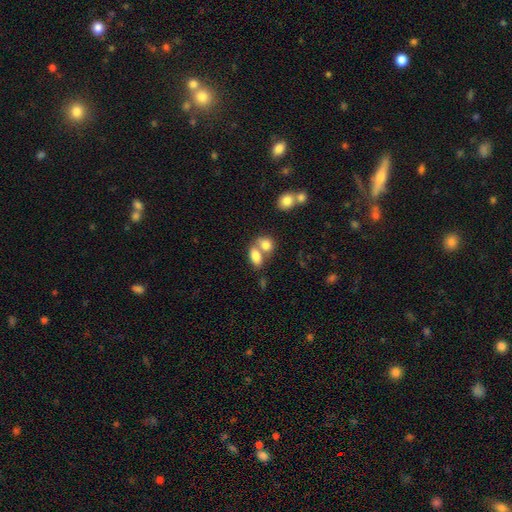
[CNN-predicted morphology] The model was most divided on "merging": merger: 52%, none: 35%, minor disturbance: 9%, major disturbance: 4%. More confident: how rounded — in between (86%); smooth or featured — smooth (82%).